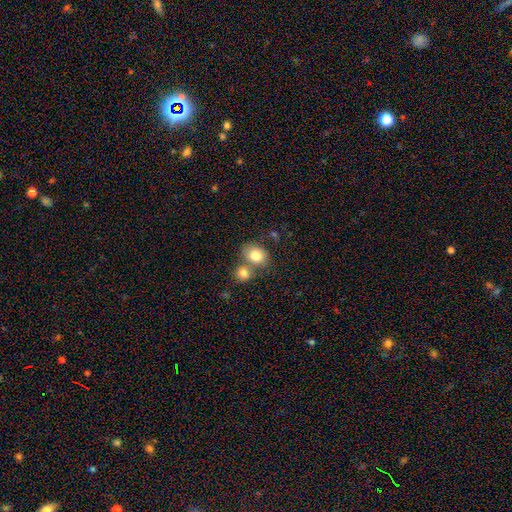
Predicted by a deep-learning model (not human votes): A smooth galaxy with no disk features (81%) that is round (53%). Merging: none (50%).